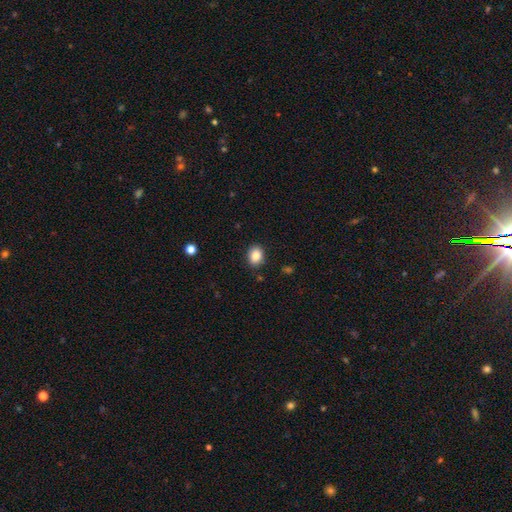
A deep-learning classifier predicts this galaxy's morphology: type=smooth (86%); roundness=in between (57%); merging=none (88%).